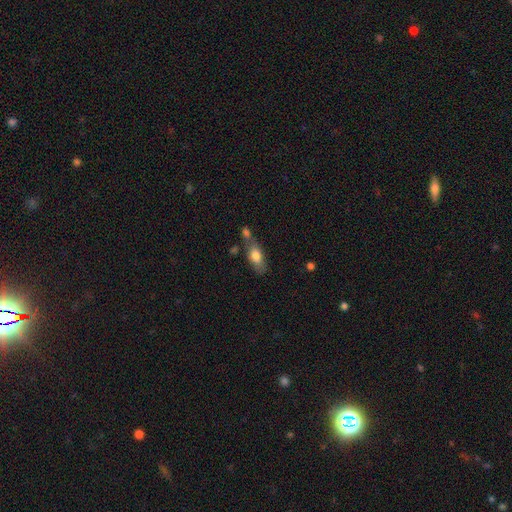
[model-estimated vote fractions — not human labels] This appears to be a smooth galaxy with no disk features (75%) that is in between round and cigar-shaped (82%). Merging: none (43%).